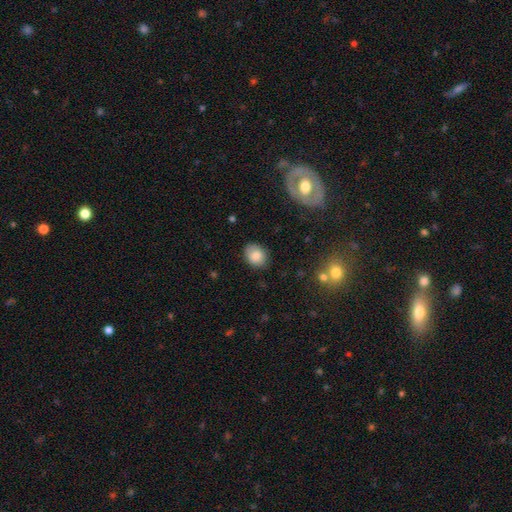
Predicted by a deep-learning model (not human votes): Morphology: type=smooth (83%); roundness=in between (56%); merging=none (81%).